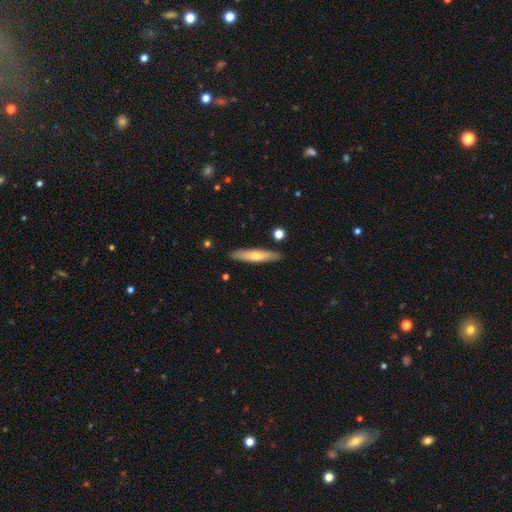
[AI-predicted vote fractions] This is possibly a smooth galaxy (57%). How rounded: clearly cigar-shaped (84%). Merging: clearly none (87%).